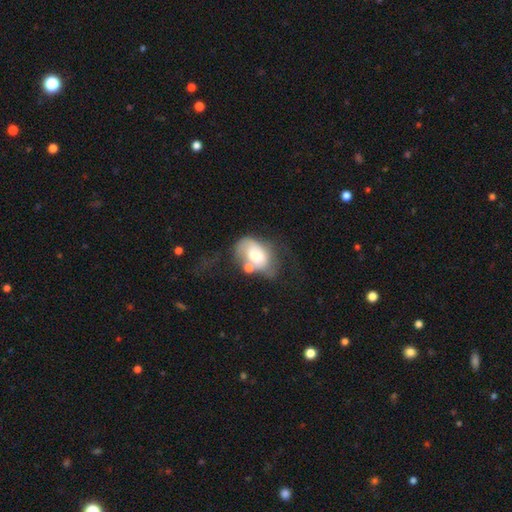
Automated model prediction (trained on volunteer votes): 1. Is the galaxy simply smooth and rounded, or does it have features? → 54% smooth, 37% featured or disk, 9% star or artifact.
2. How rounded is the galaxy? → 80% in between, 19% round, 1% cigar-shaped.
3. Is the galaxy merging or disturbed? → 26% major disturbance (tied), 26% merger (tied), 25% none, 23% minor disturbance.